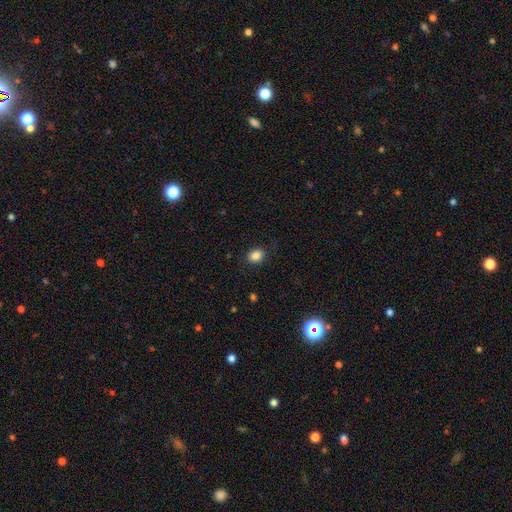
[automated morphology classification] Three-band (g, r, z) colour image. It shows a smooth galaxy with no disk features (85%) that is in between round and cigar-shaped (50%, tied with round). Merging: none (86%).